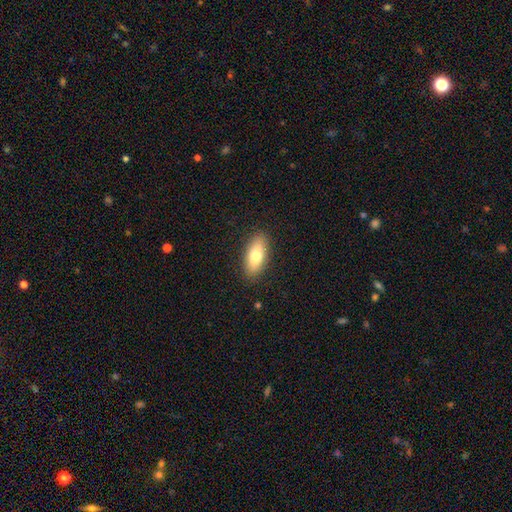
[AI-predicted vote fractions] Smooth or featured? smooth (75%)
How rounded? in between (83%)
Merging? none (88%)